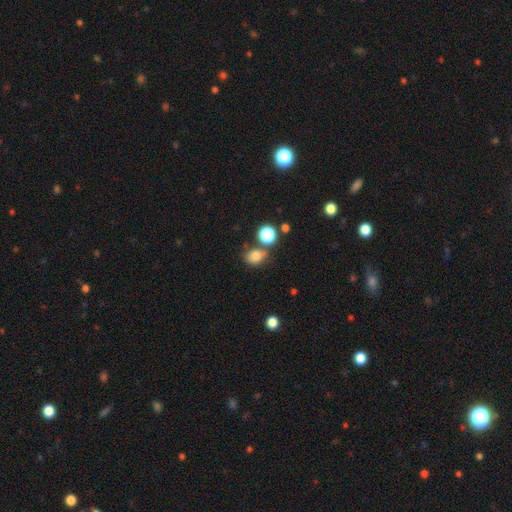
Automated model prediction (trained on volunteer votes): Overall: smooth (77%). How rounded: round (51%; in between 48%). Merging: none (65%).